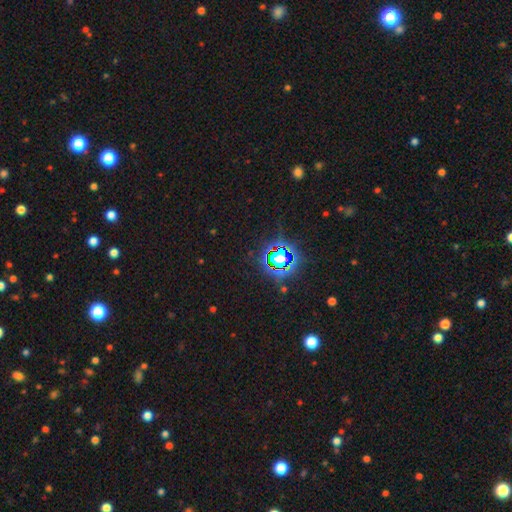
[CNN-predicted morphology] star or artifact 82%, smooth 11%, featured or disk 7%.